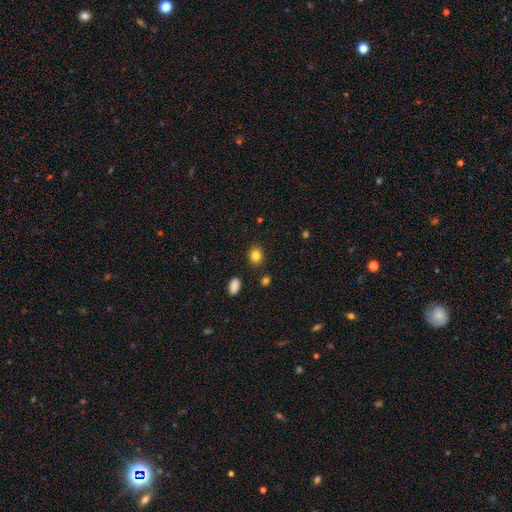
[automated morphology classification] smooth 84%, star or artifact 11%, featured or disk 5%. Down the decision tree: how rounded — round (61%); merging — none (88%).